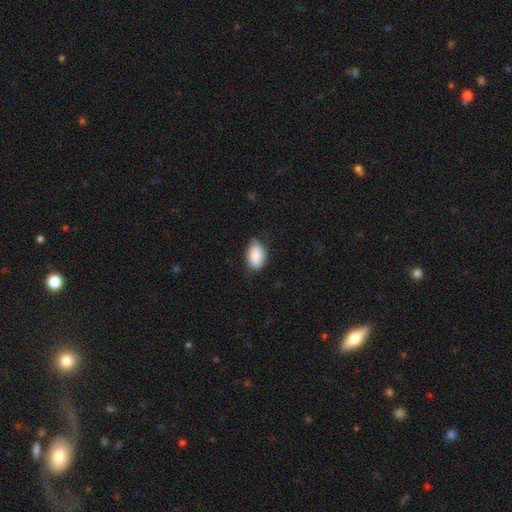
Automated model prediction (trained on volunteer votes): Overall: smooth (86%). How rounded: in between (91%). Merging: none (64%; minor disturbance 29%).